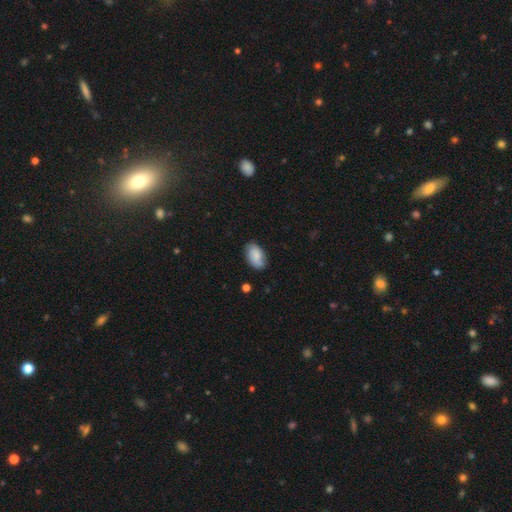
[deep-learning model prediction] smooth_or_featured: smooth (p=0.70) [alt: featured or disk p=0.22]
how_rounded: in between (p=0.92) [alt: round p=0.06]
merging: none (p=0.76) [alt: minor disturbance p=0.19]